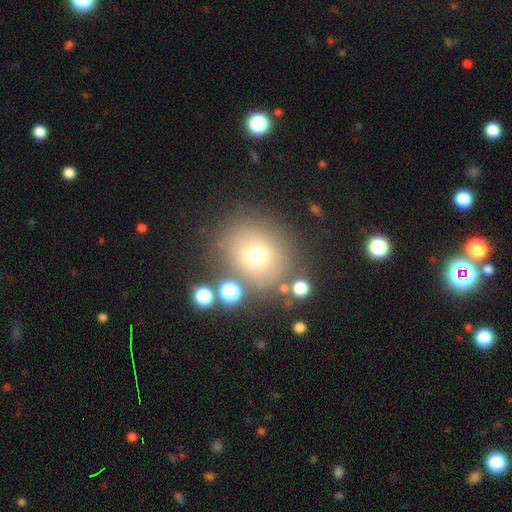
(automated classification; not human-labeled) A smooth galaxy with no disk features (67%) that is round (83%).

Vote fractions:
- Smooth or featured? smooth: 67% / star or artifact: 18% / featured or disk: 15%
- How rounded? round: 83% / in between: 16% / cigar-shaped: 1%
- Merging? none: 77% / minor disturbance: 11% / major disturbance: 6% / merger: 6%